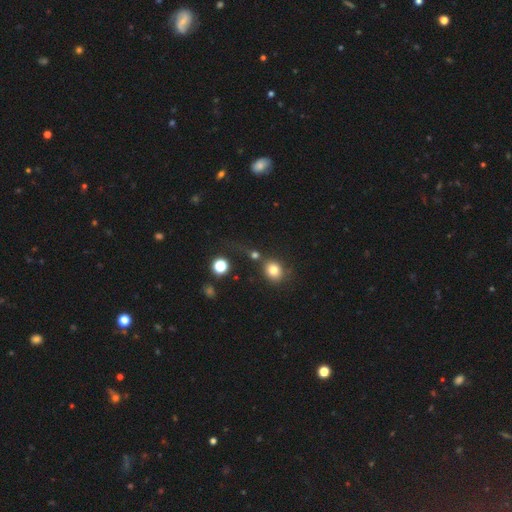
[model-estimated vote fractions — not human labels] Smooth or featured? Predicted: smooth (p=0.71). How rounded? Predicted: round (p=0.79). Merging? Predicted: none (p=0.65).